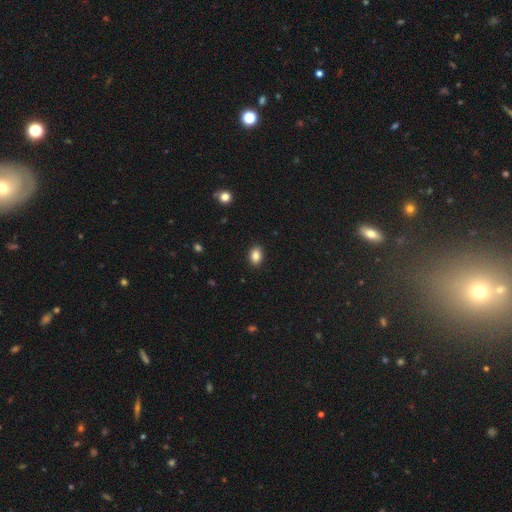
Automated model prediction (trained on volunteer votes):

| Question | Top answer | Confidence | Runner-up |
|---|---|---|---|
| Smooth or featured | smooth | 86% | star or artifact (9%) |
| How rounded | in between | 80% | round (18%) |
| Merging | none | 88% | minor disturbance (9%) |